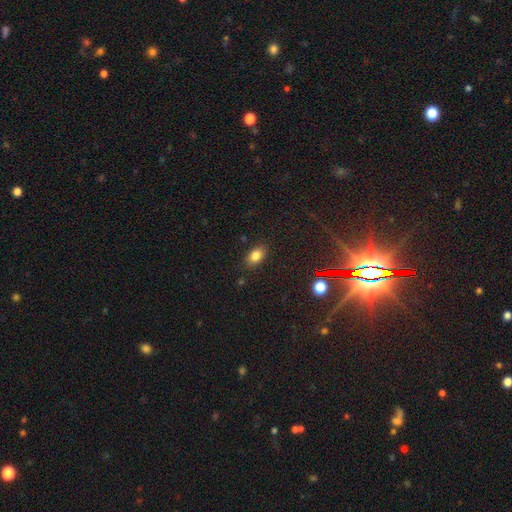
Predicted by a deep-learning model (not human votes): Overall: smooth (81%). How rounded: in between (84%). Merging: none (85%).